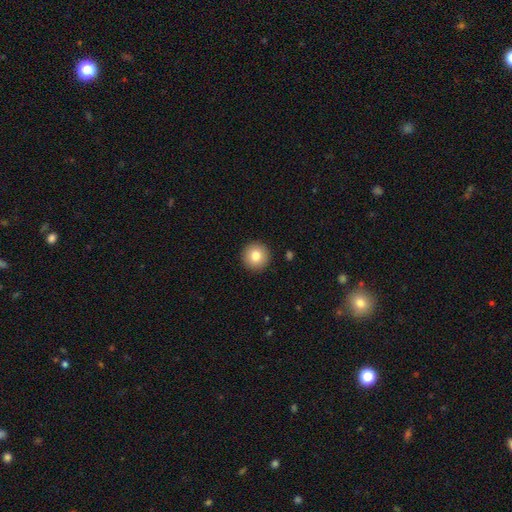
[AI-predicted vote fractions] The model was most divided on "smooth or featured": smooth: 80%, featured or disk: 11%, star or artifact: 9%. More confident: how rounded — round (96%); merging — none (92%).